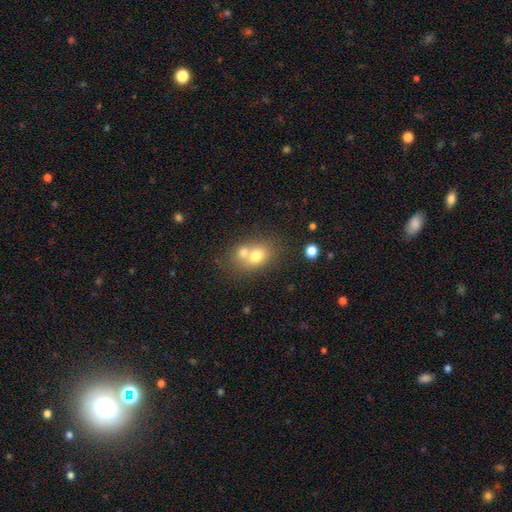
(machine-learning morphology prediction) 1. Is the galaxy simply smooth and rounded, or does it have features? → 70% smooth, 19% featured or disk, 11% star or artifact.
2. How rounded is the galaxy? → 56% in between, 43% round, 1% cigar-shaped.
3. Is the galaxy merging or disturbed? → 55% merger, 33% none, 8% minor disturbance, 4% major disturbance.